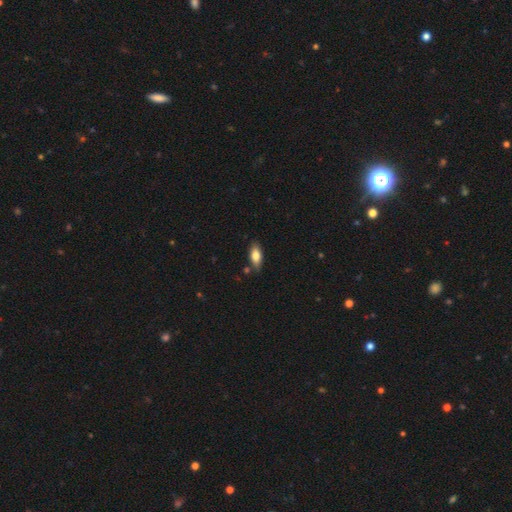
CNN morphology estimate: The model was most divided on "smooth or featured": smooth: 77%, featured or disk: 16%, star or artifact: 7%. More confident: how rounded — in between (84%); merging — none (78%).